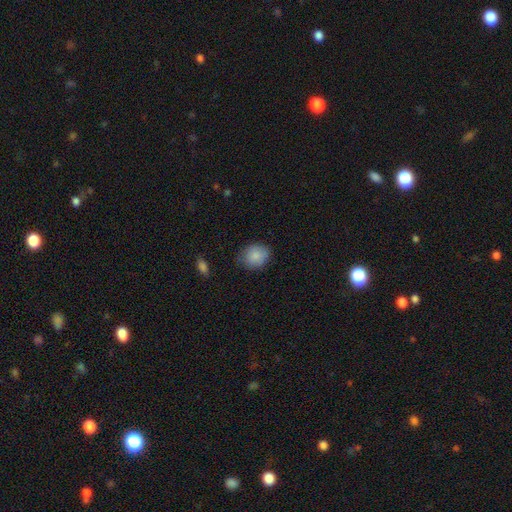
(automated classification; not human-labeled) smooth_or_featured: smooth (p=0.85) [alt: star or artifact p=0.07]
how_rounded: round (p=0.63) [alt: in between p=0.36]
merging: none (p=0.74) [alt: minor disturbance p=0.21]